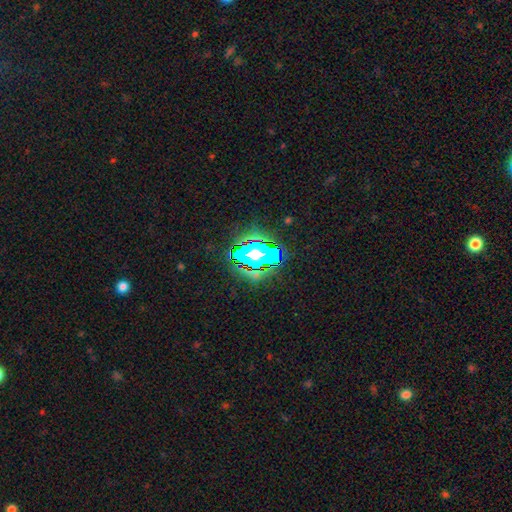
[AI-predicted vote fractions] smooth_or_featured: star or artifact (p=0.54) [alt: smooth p=0.26]